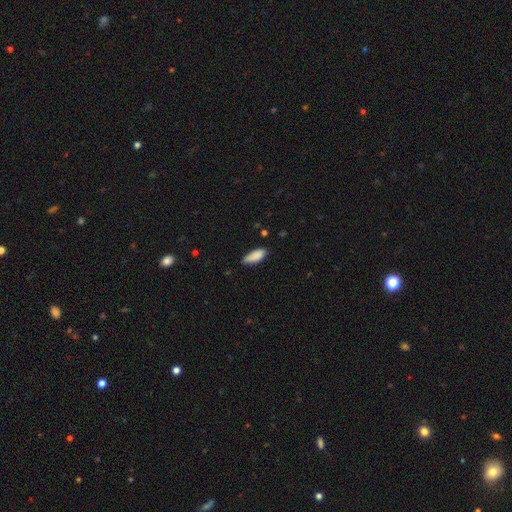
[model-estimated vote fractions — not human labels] The model was most divided on "merging": none: 71%, minor disturbance: 24%, major disturbance: 3%, merger: 2%. More confident: smooth or featured — smooth (88%); how rounded — in between (73%).